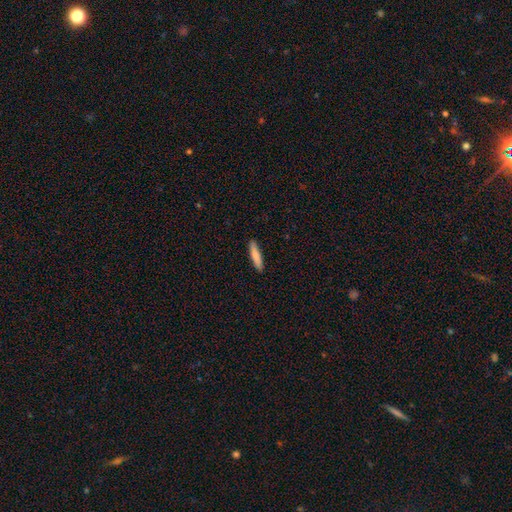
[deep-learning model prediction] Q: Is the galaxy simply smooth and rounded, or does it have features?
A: smooth — 81%.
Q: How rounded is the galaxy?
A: cigar-shaped — 86%.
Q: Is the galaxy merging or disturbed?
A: none — 90%.